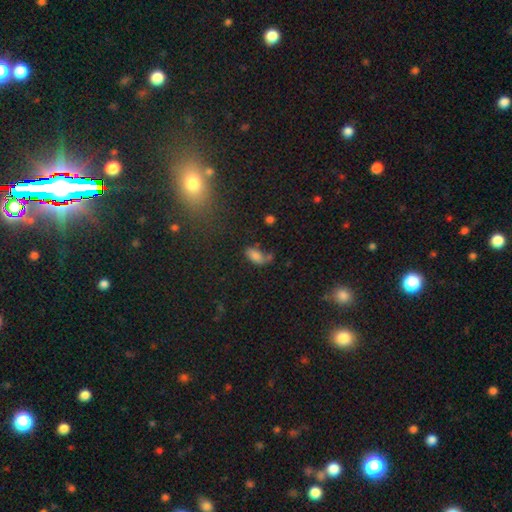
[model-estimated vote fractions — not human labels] Smooth or featured? Predicted: smooth (p=0.75). How rounded? Predicted: in between (p=0.89). Merging? Predicted: none (p=0.42).